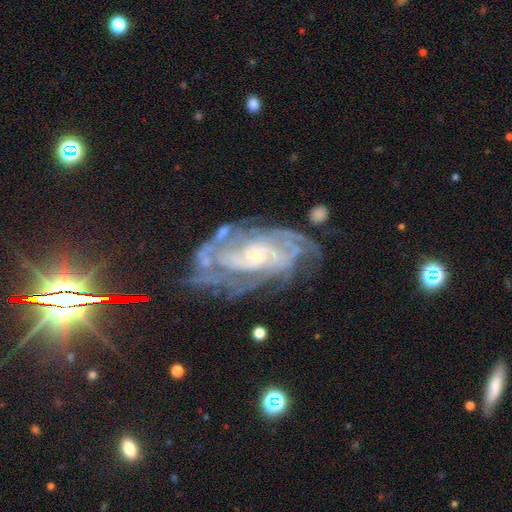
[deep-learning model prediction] This is clearly a featured or disk galaxy (85%). It is clearly not viewed edge-on (95%). Bar: likely no (67%). Spiral arm pattern: clearly yes (95%). Spiral arm count: marginally can't tell (37%). Spiral winding: likely tight (65%). Central bulge: likely small (65%). Merging: likely none (66%).